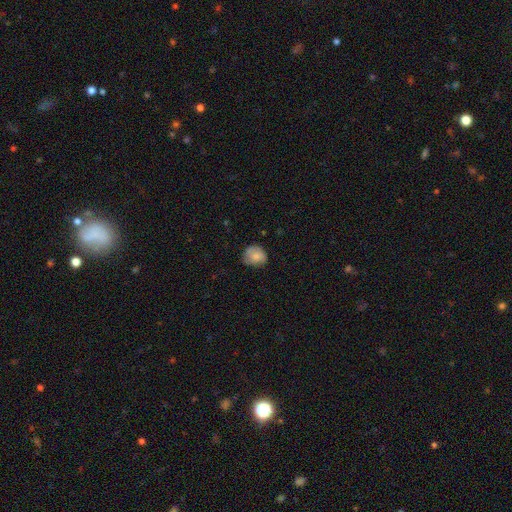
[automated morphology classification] smooth-or-featured: smooth: 77% | featured or disk: 15% | star or artifact: 8%
  how-rounded: round: 70% | in between: 29% | cigar-shaped: 1%
  merging: none: 62% | minor disturbance: 29% | major disturbance: 8% | merger: 1%